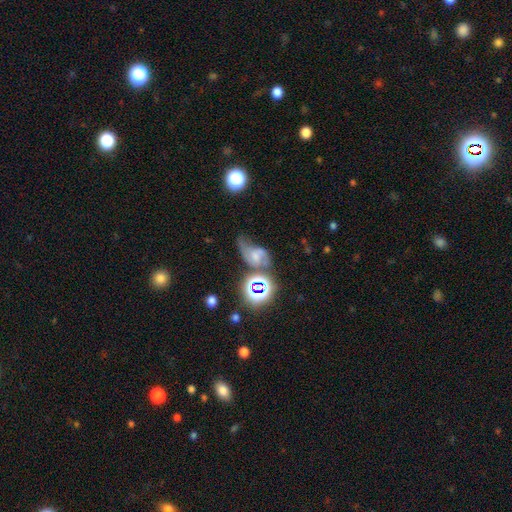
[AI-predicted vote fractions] This is possibly a featured or disk galaxy (48%). Merging: marginally none (31%).